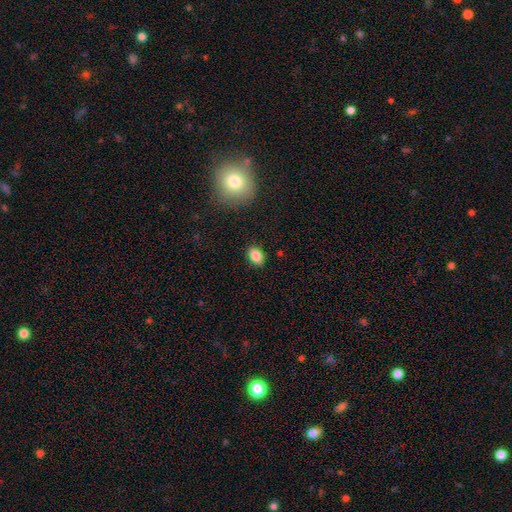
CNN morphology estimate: This appears to be a smooth galaxy with no disk features (87%) that is in between round and cigar-shaped (82%). Merging: none (87%).